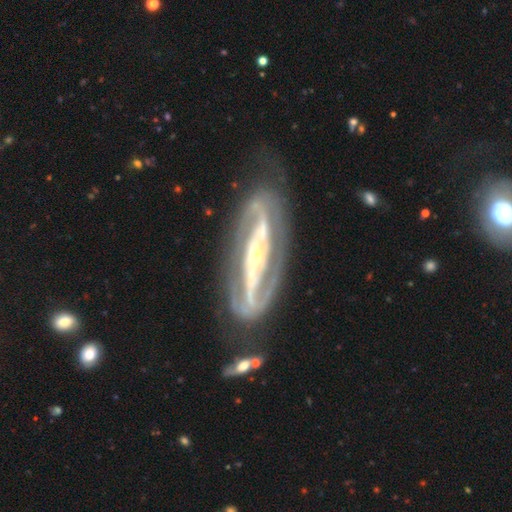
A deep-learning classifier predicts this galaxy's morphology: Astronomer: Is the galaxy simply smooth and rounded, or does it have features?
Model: featured or disk — 90%.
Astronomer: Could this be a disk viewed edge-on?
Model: no — 87%.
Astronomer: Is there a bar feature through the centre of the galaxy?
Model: strong — 68%.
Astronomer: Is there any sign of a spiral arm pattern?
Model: yes — 92%.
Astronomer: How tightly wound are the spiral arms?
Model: medium — 43% (runner-up: tight, 41%).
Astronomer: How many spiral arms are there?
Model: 2 — 88%.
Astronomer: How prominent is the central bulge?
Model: small — 51% (runner-up: moderate, 41%).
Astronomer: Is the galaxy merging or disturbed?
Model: none — 72%.